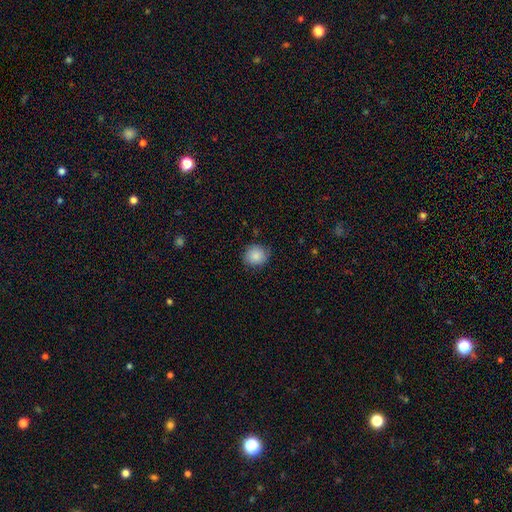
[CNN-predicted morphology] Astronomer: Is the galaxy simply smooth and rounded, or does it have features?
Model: smooth — 87%.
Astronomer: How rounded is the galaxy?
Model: round — 80%.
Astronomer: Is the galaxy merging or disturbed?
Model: none — 82%.